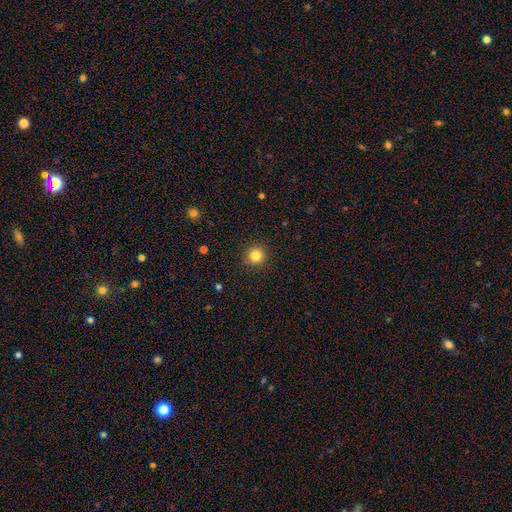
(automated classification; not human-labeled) A smooth galaxy with no disk features (84%) that is round (94%).

Vote fractions:
- Smooth or featured? smooth: 84% / star or artifact: 11% / featured or disk: 5%
- How rounded? round: 94% / in between: 5% / cigar-shaped: 1%
- Merging? none: 90% / minor disturbance: 6% / major disturbance: 2% / merger: 1%